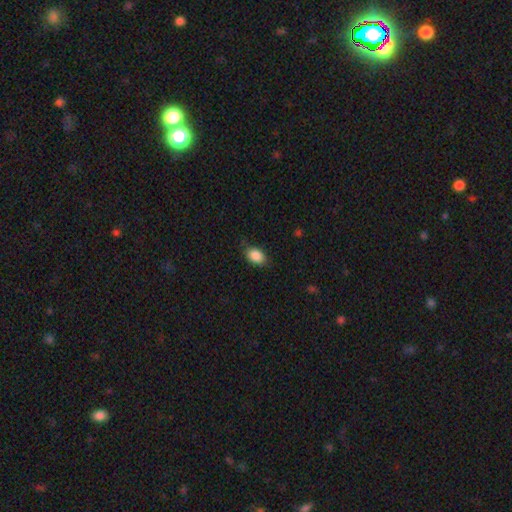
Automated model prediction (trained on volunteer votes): Smooth or featured?
  - smooth: 87% *
  - star or artifact: 8%
  - featured or disk: 5%
How rounded?
  - in between: 85% *
  - round: 14%
  - cigar-shaped: 2%
Merging?
  - none: 78% *
  - minor disturbance: 17%
  - major disturbance: 3%
  - merger: 1%